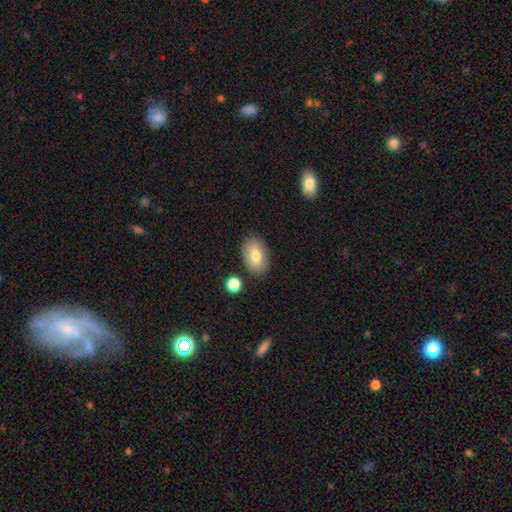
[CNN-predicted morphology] Smooth or featured?
  - smooth: 78% *
  - featured or disk: 14%
  - star or artifact: 8%
How rounded?
  - in between: 88% *
  - round: 10%
  - cigar-shaped: 1%
Merging?
  - none: 82% *
  - minor disturbance: 11%
  - merger: 4%
  - major disturbance: 3%